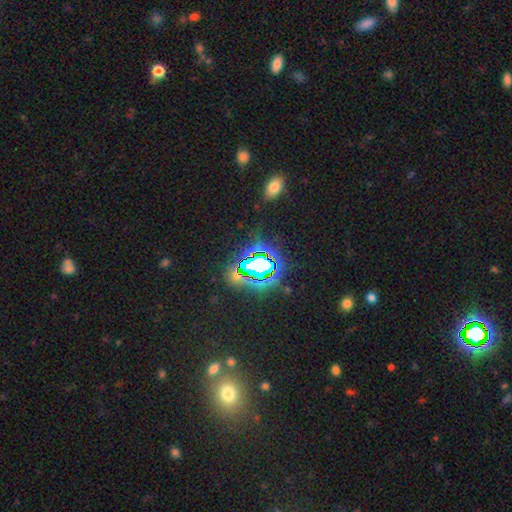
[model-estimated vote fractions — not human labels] smooth-or-featured: star or artifact: 74% | smooth: 15% | featured or disk: 11%